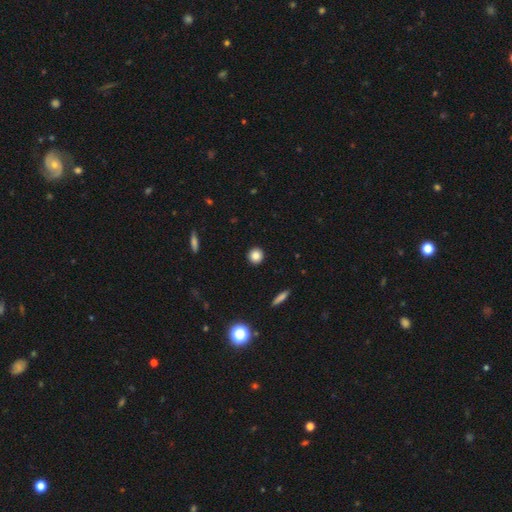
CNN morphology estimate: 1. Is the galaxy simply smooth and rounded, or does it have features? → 85% smooth, 10% star or artifact, 5% featured or disk.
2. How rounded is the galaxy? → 93% round, 5% in between, 1% cigar-shaped.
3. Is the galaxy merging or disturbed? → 93% none, 5% minor disturbance, 2% major disturbance, 1% merger.